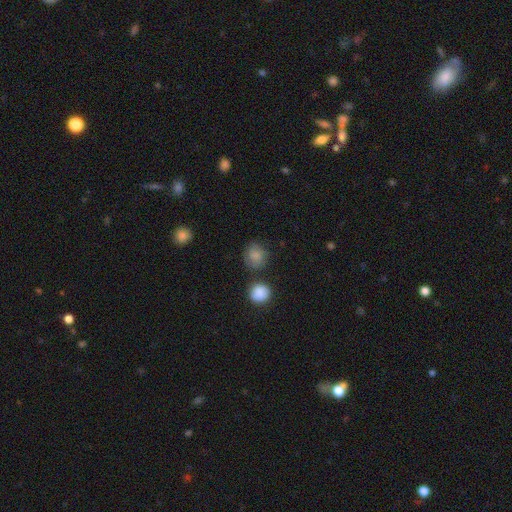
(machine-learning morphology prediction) Q: Smooth or featured?
A: smooth (83%); runner-up: star or artifact (10%)
Q: How rounded?
A: round (82%); runner-up: in between (17%)
Q: Merging?
A: none (70%); runner-up: minor disturbance (16%)